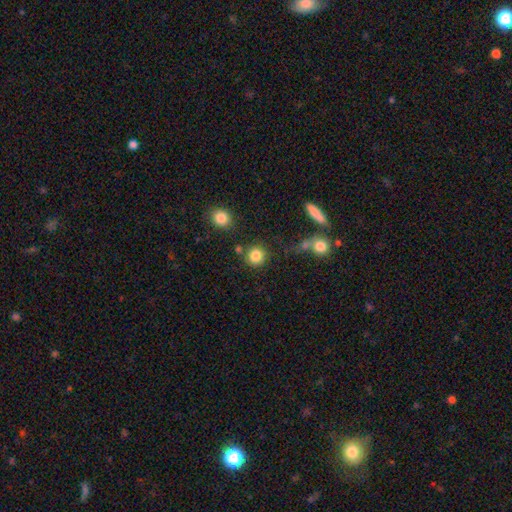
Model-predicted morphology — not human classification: smooth 84%, star or artifact 10%, featured or disk 5%. Down the decision tree: how rounded — round (91%); merging — none (80%).